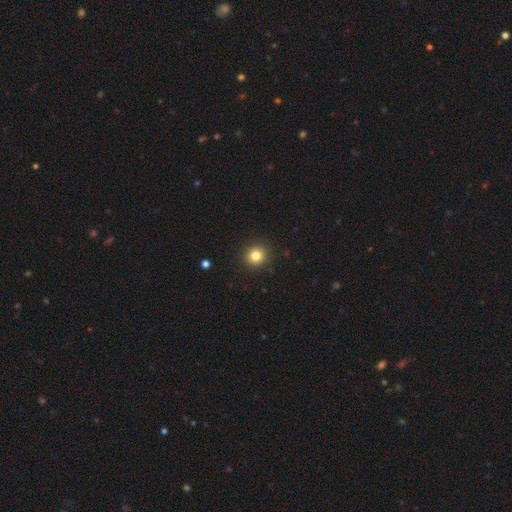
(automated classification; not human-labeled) Smooth or featured? smooth (82%)
How rounded? round (91%)
Merging? none (92%)